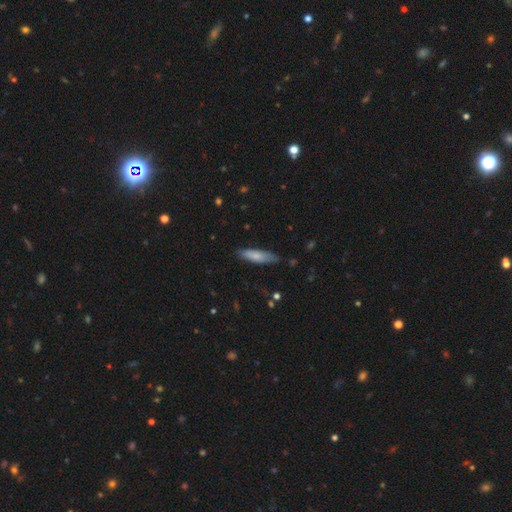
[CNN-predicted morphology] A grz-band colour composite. It shows a smooth galaxy with no disk features (74%) that is cigar-shaped (64%). Merging: none (77%).